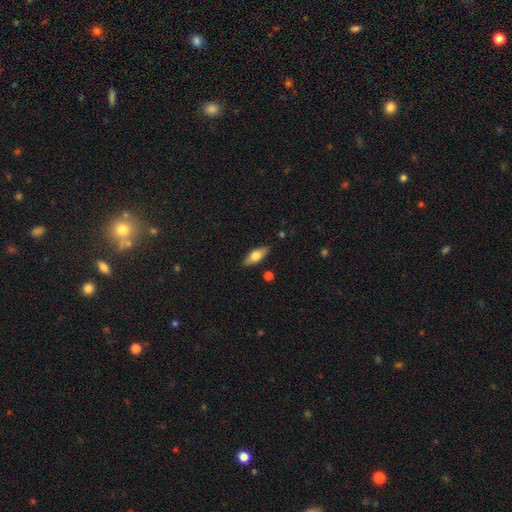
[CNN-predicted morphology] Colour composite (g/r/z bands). It shows a smooth galaxy with no disk features (64%) that is in between round and cigar-shaped (74%). Merging: none (86%).